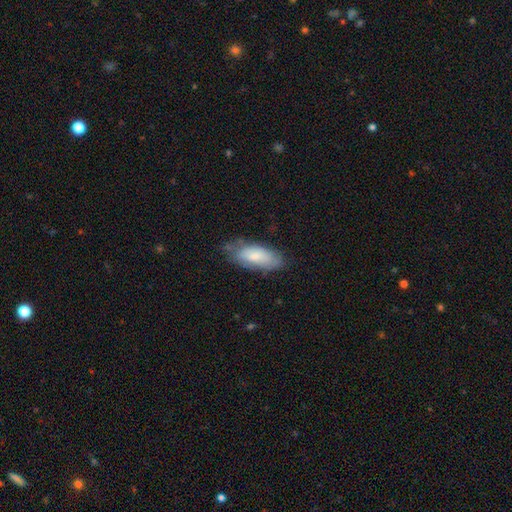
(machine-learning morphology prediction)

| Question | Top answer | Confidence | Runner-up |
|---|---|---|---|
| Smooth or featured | smooth | 71% | featured or disk (23%) |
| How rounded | in between | 84% | cigar-shaped (14%) |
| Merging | none | 61% | minor disturbance (29%) |